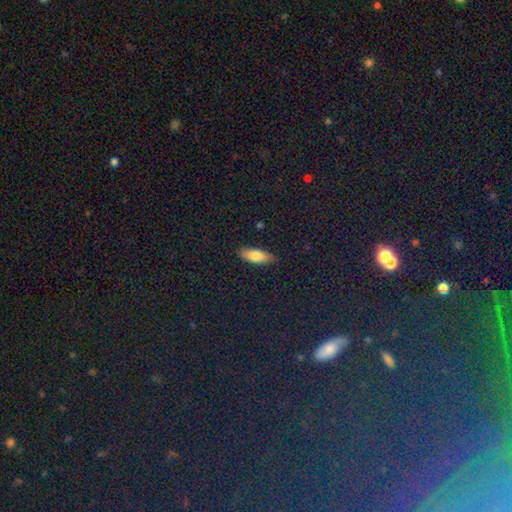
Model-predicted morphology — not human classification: This is likely a smooth galaxy (79%). How rounded: likely in between (66%). Merging: clearly none (87%).